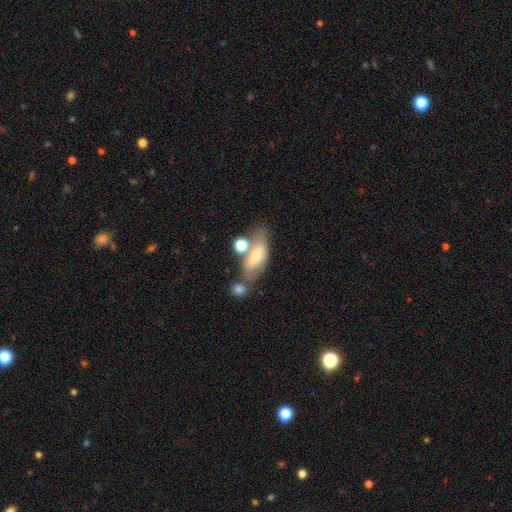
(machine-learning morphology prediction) A smooth galaxy with no disk features (58%) that is in between round and cigar-shaped (78%). Merging: none (38%).